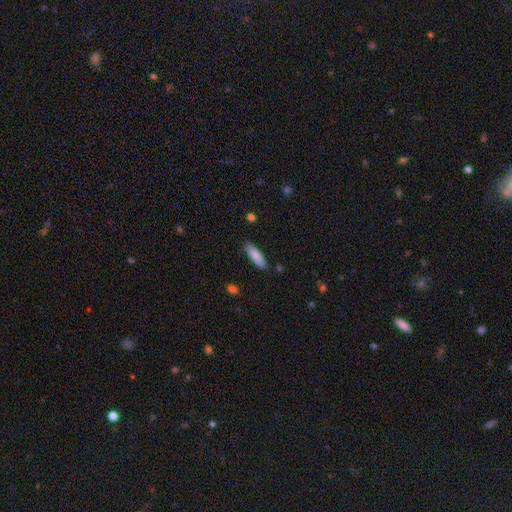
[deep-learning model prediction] This is clearly a smooth galaxy (86%). How rounded: possibly cigar-shaped (59%). Merging: clearly none (85%).